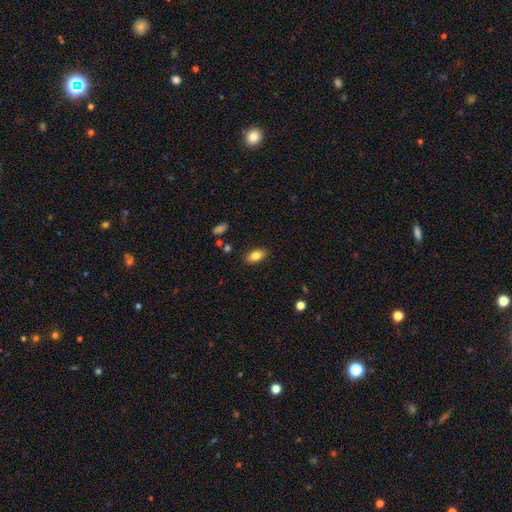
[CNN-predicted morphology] This appears to be a smooth galaxy with no disk features (81%) that is in between round and cigar-shaped (90%). Merging: none (87%).